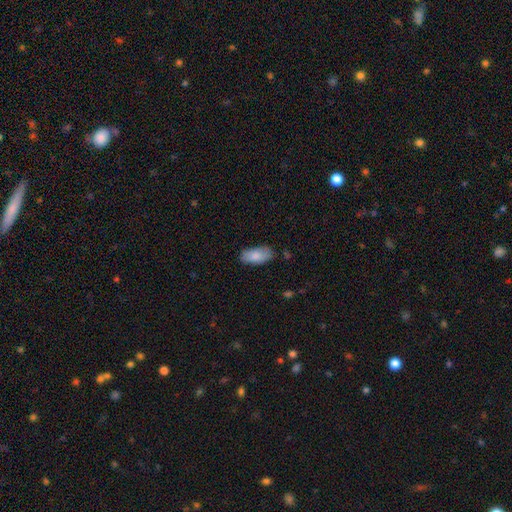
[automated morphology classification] Smooth or featured?
  - smooth: 83% *
  - featured or disk: 11%
  - star or artifact: 6%
How rounded?
  - in between: 92% *
  - cigar-shaped: 6%
  - round: 2%
Merging?
  - none: 74% *
  - minor disturbance: 20%
  - major disturbance: 4%
  - merger: 2%